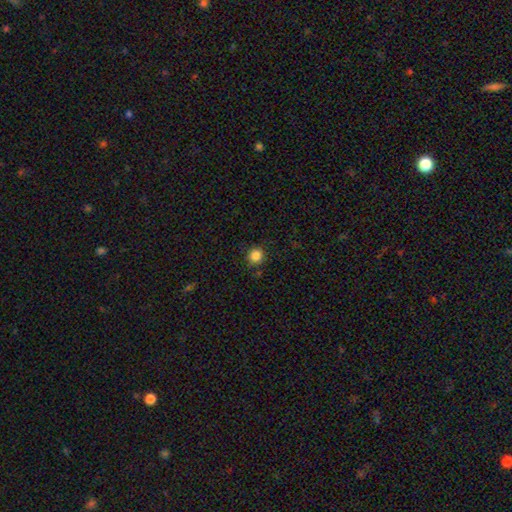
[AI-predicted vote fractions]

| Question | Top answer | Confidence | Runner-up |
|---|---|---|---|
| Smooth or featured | smooth | 85% | star or artifact (11%) |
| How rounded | round | 91% | in between (8%) |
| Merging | none | 87% | minor disturbance (9%) |